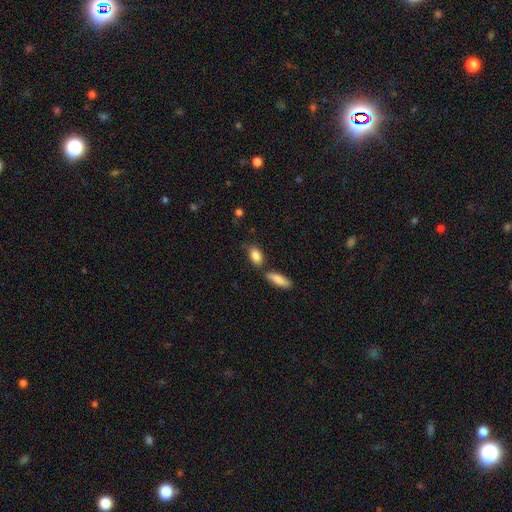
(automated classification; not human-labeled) Smooth or featured? Predicted: smooth (p=0.86). How rounded? Predicted: in between (p=0.87). Merging? Predicted: none (p=0.68).